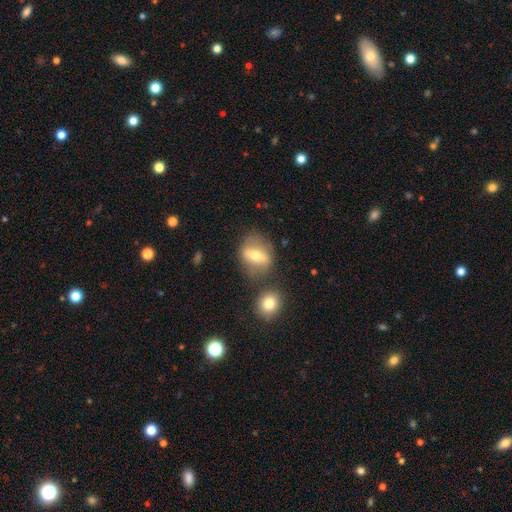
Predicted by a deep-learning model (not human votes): A smooth galaxy with no disk features (46%). Merging: none (65%).